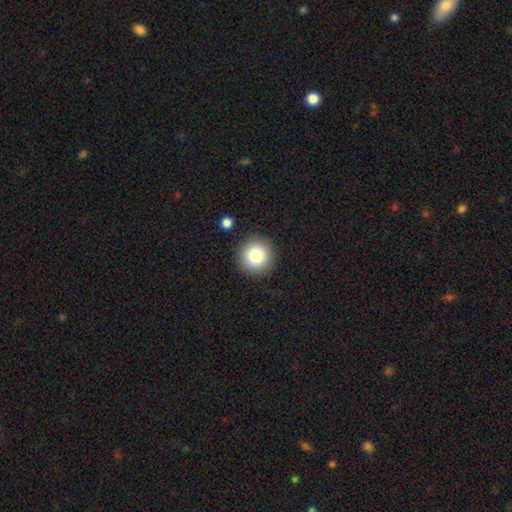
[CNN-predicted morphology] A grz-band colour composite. It shows a smooth galaxy with no disk features (80%) that is round (95%). Merging: none (90%).